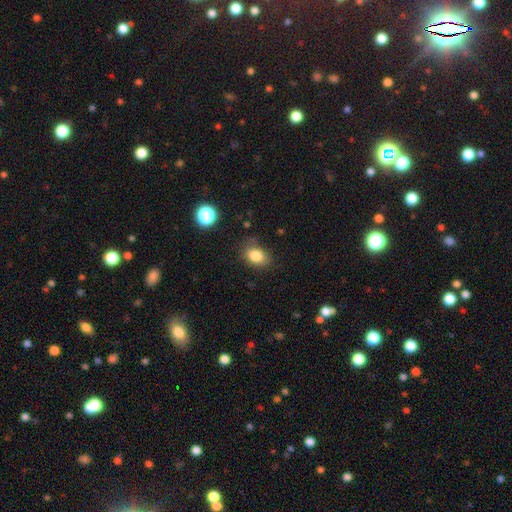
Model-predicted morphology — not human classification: A smooth galaxy with no disk features (82%) that is in between round and cigar-shaped (66%). Merging: none (75%).